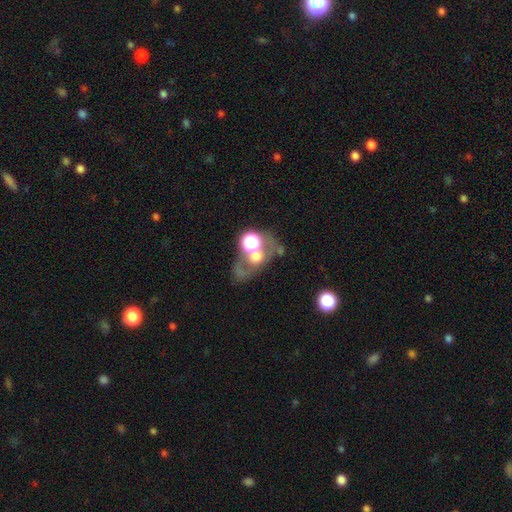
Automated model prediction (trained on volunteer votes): Q: Smooth or featured?
A: smooth (44%); runner-up: featured or disk (32%)
Q: Merging?
A: none (37%); runner-up: merger (34%)